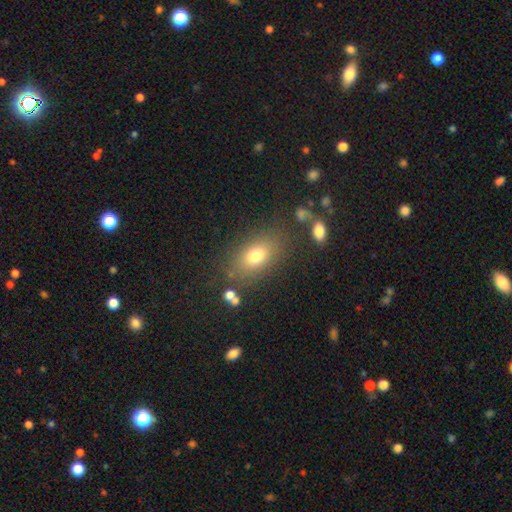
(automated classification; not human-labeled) Smooth or featured: smooth — 76% (featured or disk — 13%)
How rounded: in between — 81% (round — 15%)
Merging: none — 78% (minor disturbance — 12%)